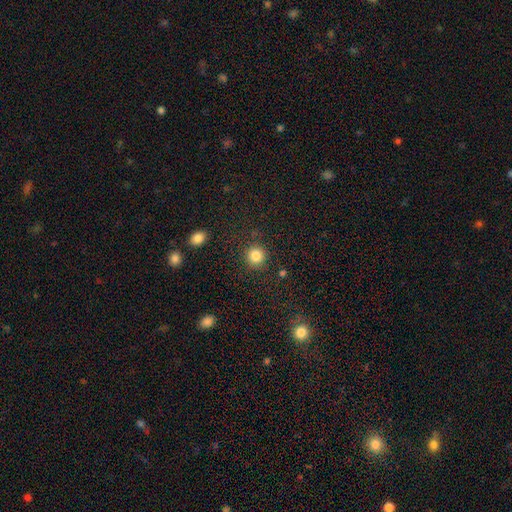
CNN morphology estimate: smooth-or-featured: smooth: 85% | star or artifact: 11% | featured or disk: 5%
  how-rounded: round: 92% | in between: 7% | cigar-shaped: 1%
  merging: none: 89% | minor disturbance: 6% | major disturbance: 3% | merger: 2%